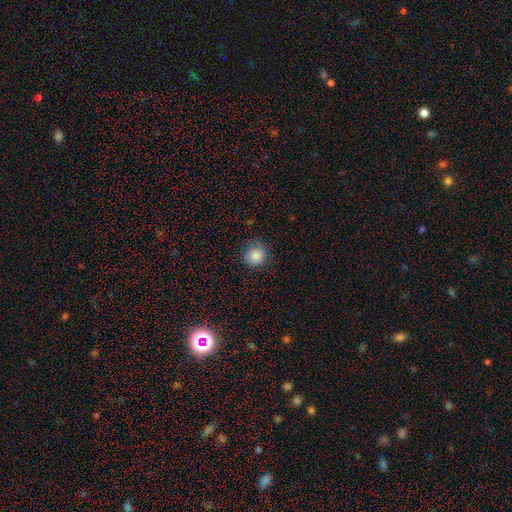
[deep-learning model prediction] Smooth or featured: smooth — 85% (star or artifact — 10%)
How rounded: round — 89% (in between — 10%)
Merging: none — 82% (minor disturbance — 13%)